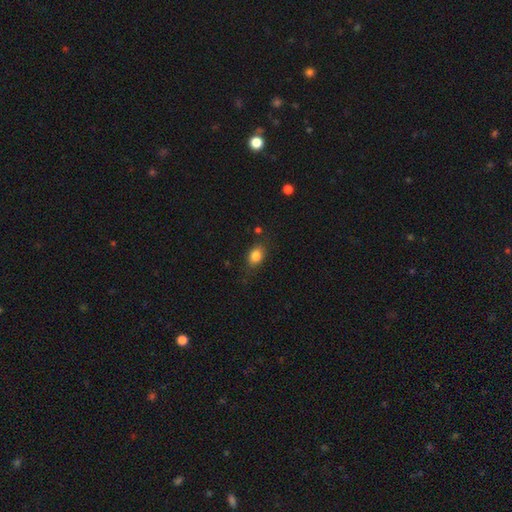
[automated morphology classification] This appears to be a smooth galaxy with no disk features (83%) that is in between round and cigar-shaped (71%). Merging: none (79%).